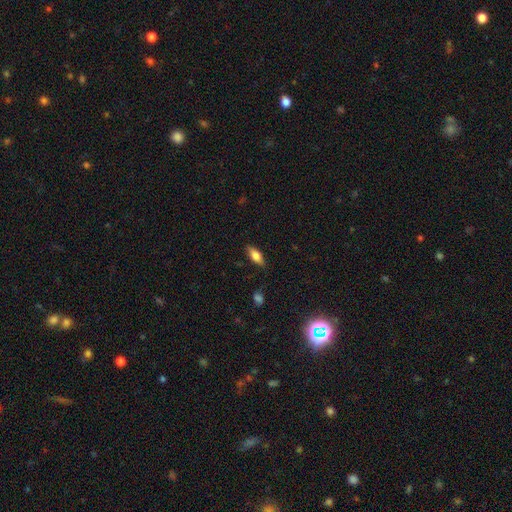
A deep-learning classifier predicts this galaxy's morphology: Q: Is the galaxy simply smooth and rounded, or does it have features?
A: smooth — 72%.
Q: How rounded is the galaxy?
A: in between — 76%.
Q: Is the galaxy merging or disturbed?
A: none — 83%.